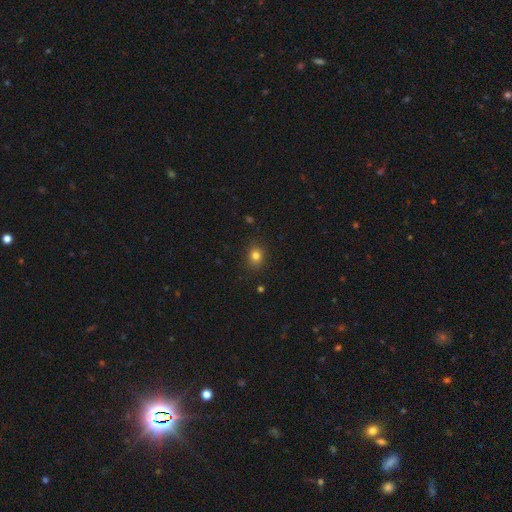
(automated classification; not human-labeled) Morphology: type=smooth (80%); roundness=round (60%); merging=none (87%).